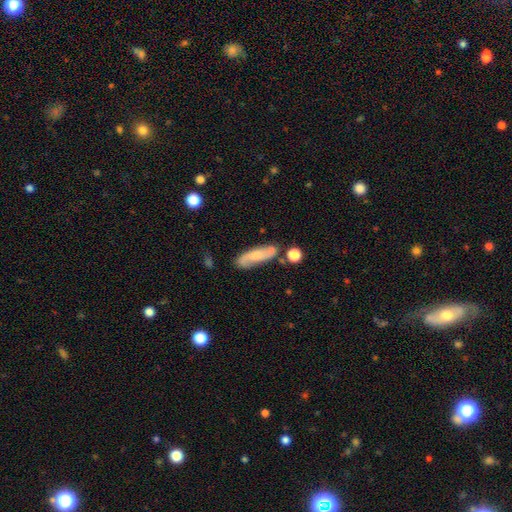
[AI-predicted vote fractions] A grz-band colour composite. It shows a smooth galaxy with no disk features (51%) that is cigar-shaped (56%). Merging: none (66%).